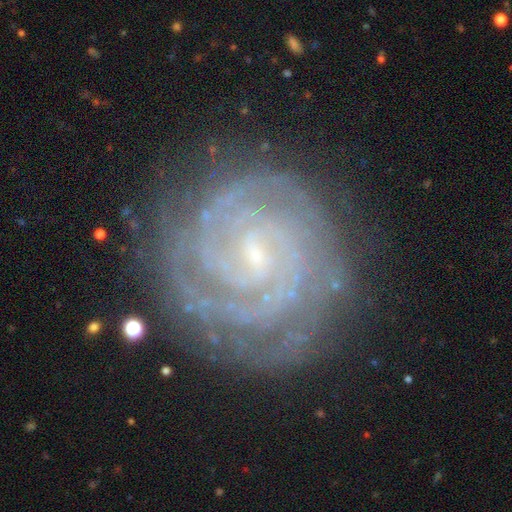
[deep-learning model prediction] Smooth or featured: featured or disk — 89% (star or artifact — 6%)
Edge-on disk: no — 98% (yes — 2%)
Bar: weak — 48% (no — 32%)
Spiral arms: yes — 98% (no — 2%)
Spiral winding: tight — 84% (medium — 14%)
Spiral arm count: 2 — 42% (3 — 18%)
Bulge size: small — 77% (moderate — 12%)
Merging: none — 81% (minor disturbance — 13%)